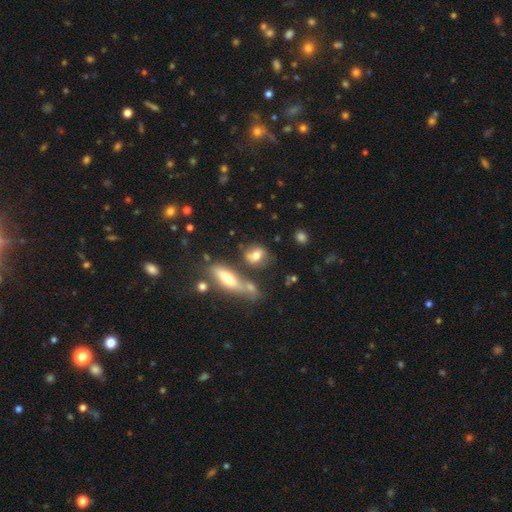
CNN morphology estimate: This is likely a smooth galaxy (64%). How rounded: possibly in between (53%). Merging: possibly none (56%).